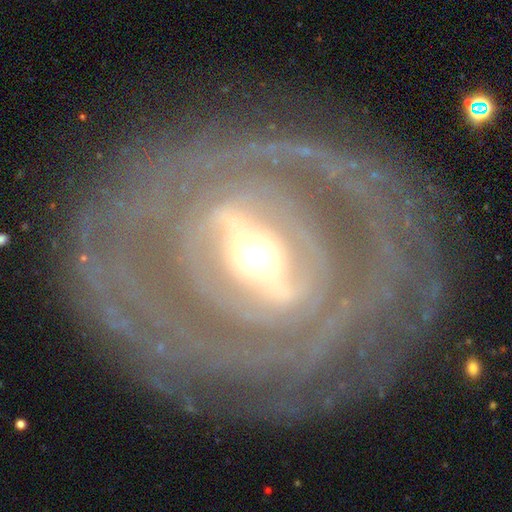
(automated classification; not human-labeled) featured or disk 90%, smooth 6%, star or artifact 5%. Down the decision tree: edge-on disk — no (92%); bar — strong (68%); spiral arms — yes (89%); spiral arm count — can't tell (34%); spiral winding — tight (75%); bulge size — moderate (57%); merging — none (77%).